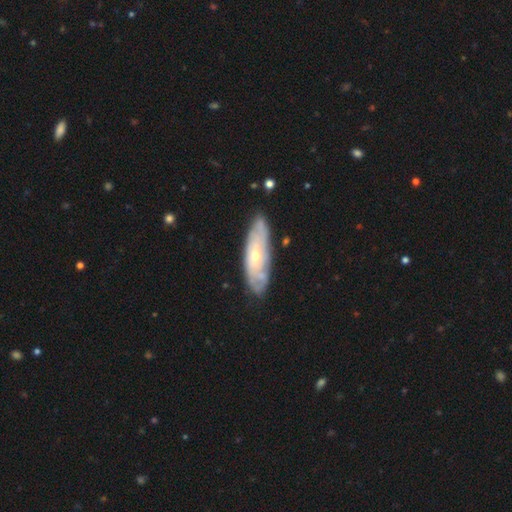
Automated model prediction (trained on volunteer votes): The model was most divided on "bulge size": small: 53%, moderate: 44%, large: 1%, none: 1%, dominant: 1%. More confident: spiral arms — yes (82%); merging — none (79%); edge-on disk — no (79%); bar — no (76%); smooth or featured — featured or disk (70%).